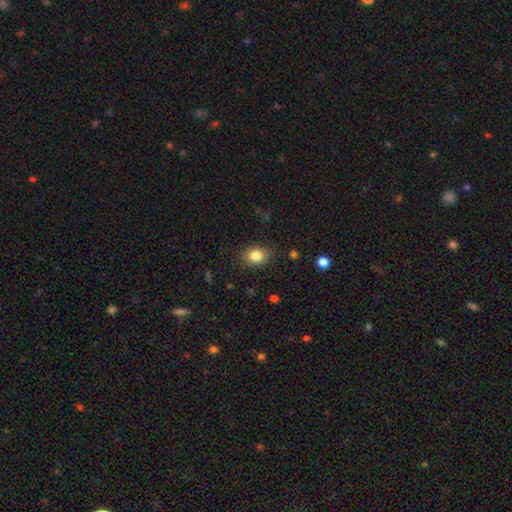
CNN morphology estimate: This is clearly a smooth galaxy (83%). How rounded: likely in between (65%). Merging: clearly none (83%).